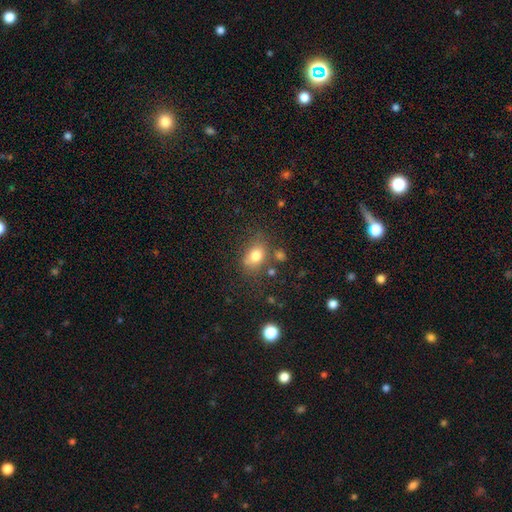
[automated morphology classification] type=smooth (77%); roundness=in between (67%); merging=none (62%).